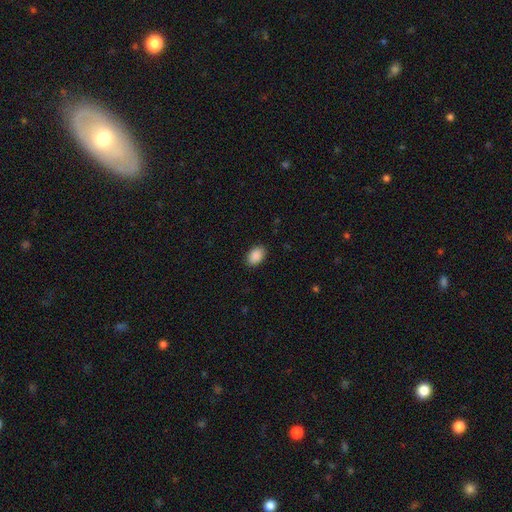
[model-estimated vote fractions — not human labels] Smooth or featured? Predicted: smooth (p=0.90). How rounded? Predicted: in between (p=0.86). Merging? Predicted: none (p=0.89).